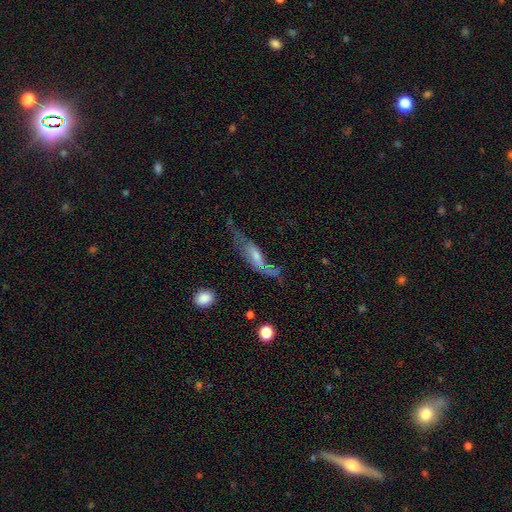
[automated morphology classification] This appears to be a featured or disk galaxy (56%). Merging: none (36%).